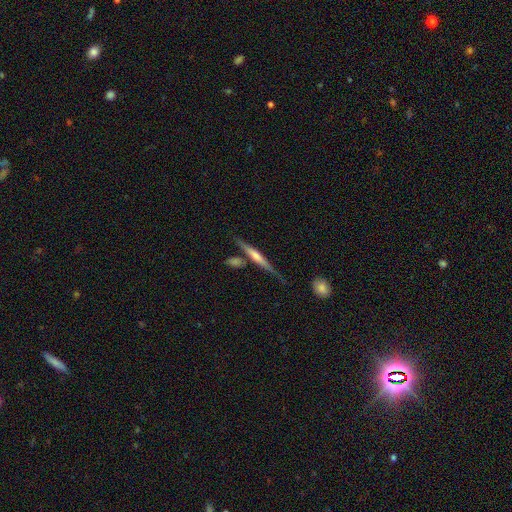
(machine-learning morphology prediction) This is likely a featured or disk galaxy (73%). It is clearly viewed edge-on (97%). Edge-on bulge: possibly rounded (59%). Merging: likely none (77%).